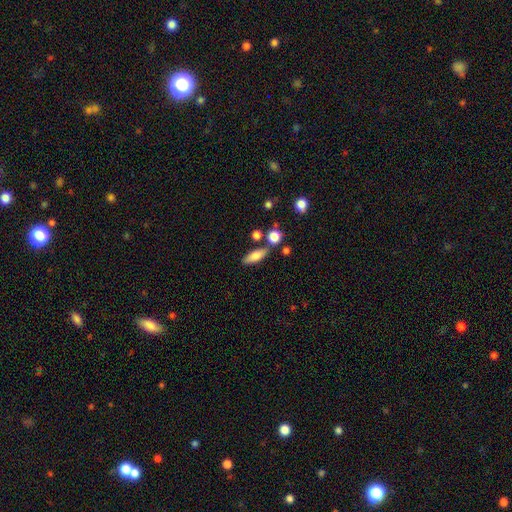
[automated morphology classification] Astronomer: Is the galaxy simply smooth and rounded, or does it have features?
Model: smooth — 75%.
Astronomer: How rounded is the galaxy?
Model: in between — 57% (runner-up: cigar-shaped, 39%).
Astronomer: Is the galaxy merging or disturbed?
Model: none — 74%.